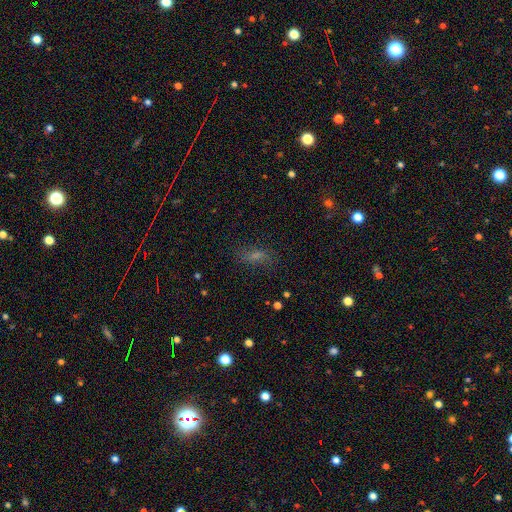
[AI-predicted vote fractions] Smooth or featured? smooth (54%)
How rounded? in between (70%)
Merging? none (70%)